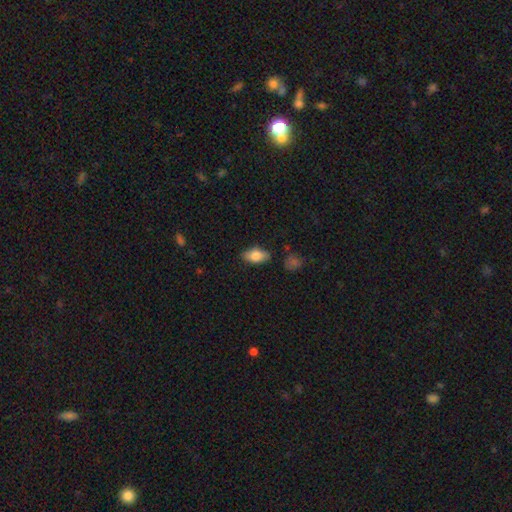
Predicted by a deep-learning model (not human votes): Smooth or featured? smooth (80%)
How rounded? in between (90%)
Merging? none (82%)